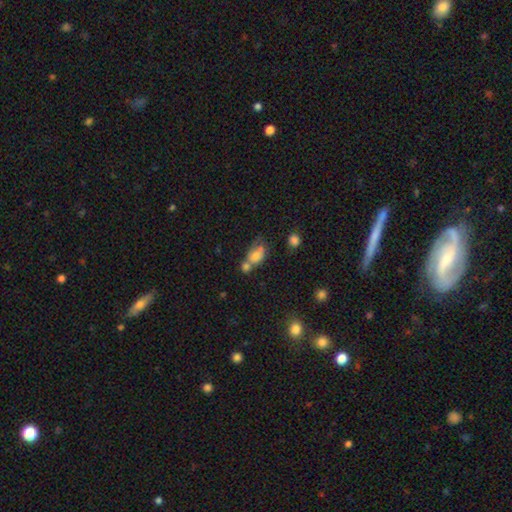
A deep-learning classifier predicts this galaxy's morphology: The model was most divided on "merging": merger: 52%, none: 25%, minor disturbance: 15%, major disturbance: 9%. More confident: how rounded — in between (72%); smooth or featured — smooth (70%).